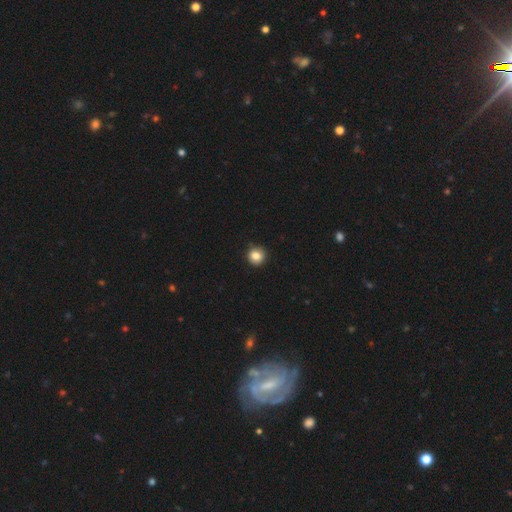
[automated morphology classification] Overall: smooth (84%). How rounded: round (94%). Merging: none (88%).